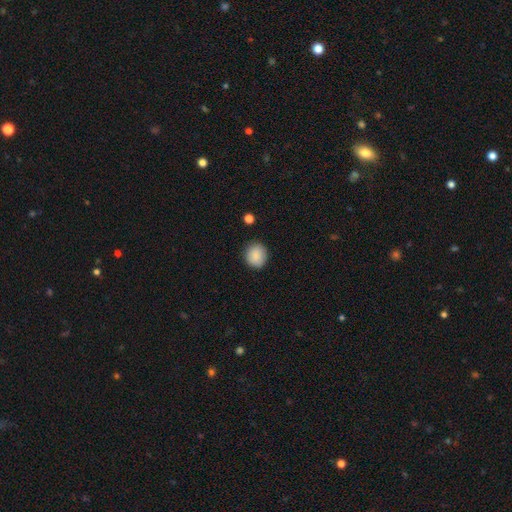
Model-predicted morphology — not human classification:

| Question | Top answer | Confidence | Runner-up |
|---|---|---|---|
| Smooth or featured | smooth | 89% | star or artifact (8%) |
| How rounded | round | 84% | in between (16%) |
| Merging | none | 87% | minor disturbance (9%) |